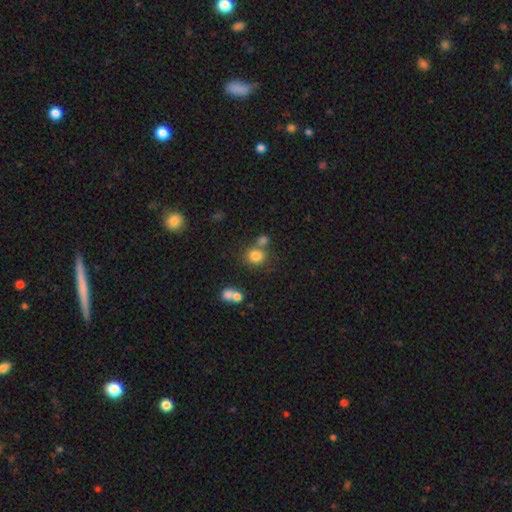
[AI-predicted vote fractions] smooth-or-featured: smooth: 80% | star or artifact: 12% | featured or disk: 7%
  how-rounded: round: 77% | in between: 22% | cigar-shaped: 1%
  merging: none: 61% | merger: 24% | minor disturbance: 11% | major disturbance: 4%